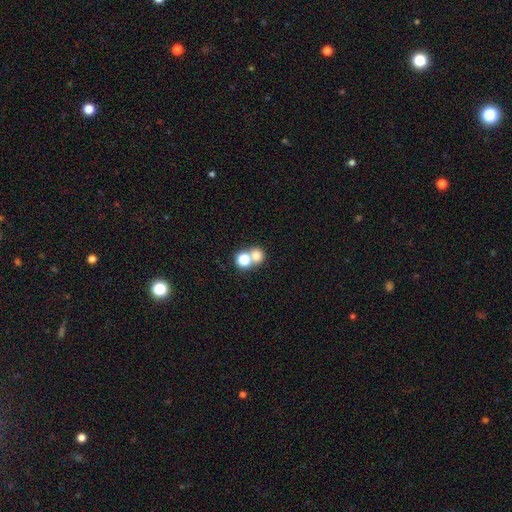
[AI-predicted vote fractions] Overall: smooth (73%). How rounded: round (83%). Merging: merger (48%; none 44%).